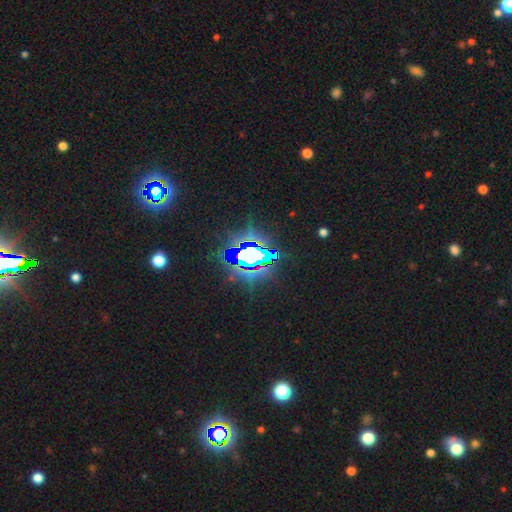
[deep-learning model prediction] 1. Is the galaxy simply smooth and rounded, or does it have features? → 75% star or artifact, 13% smooth, 12% featured or disk.